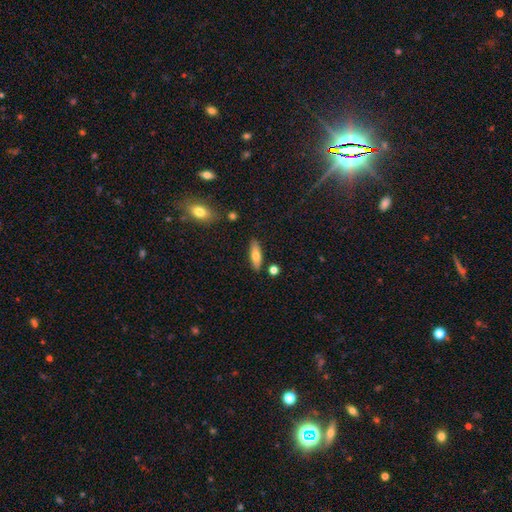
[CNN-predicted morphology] This is likely a smooth galaxy (68%). How rounded: possibly in between (49%). Merging: clearly none (83%).